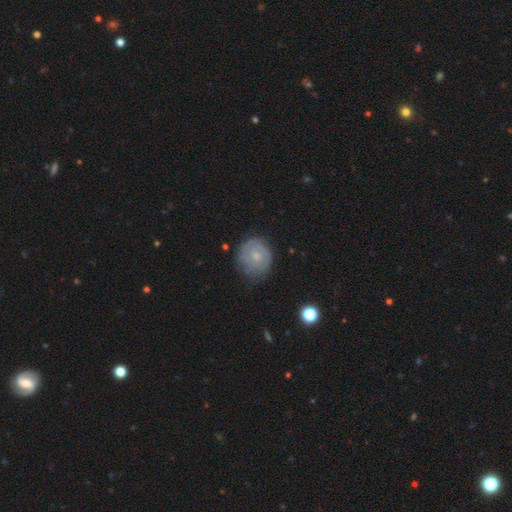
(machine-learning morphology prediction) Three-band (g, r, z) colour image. It shows a smooth galaxy with no disk features (50%) that is round (83%). Merging: none (63%).